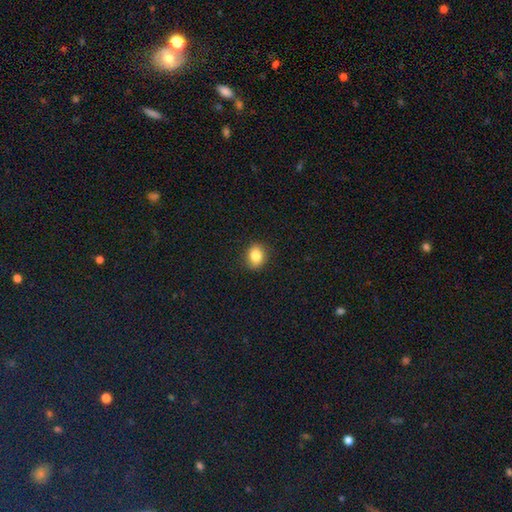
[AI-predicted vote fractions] Q: Smooth or featured?
A: smooth (84%); runner-up: star or artifact (10%)
Q: How rounded?
A: round (60%); runner-up: in between (39%)
Q: Merging?
A: none (88%); runner-up: minor disturbance (9%)